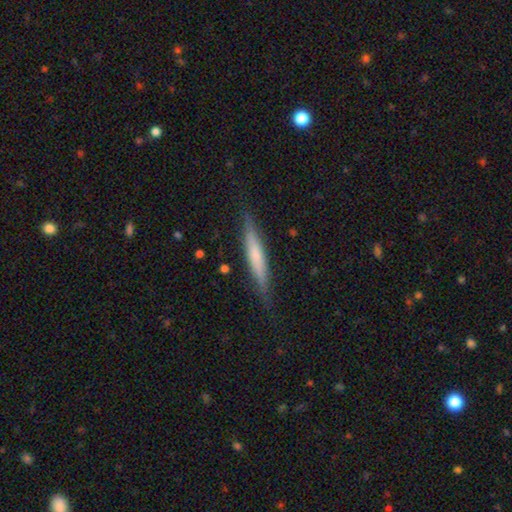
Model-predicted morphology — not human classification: The model was most divided on "smooth or featured": smooth: 52%, featured or disk: 42%, star or artifact: 6%. More confident: how rounded — cigar-shaped (93%); merging — none (85%).